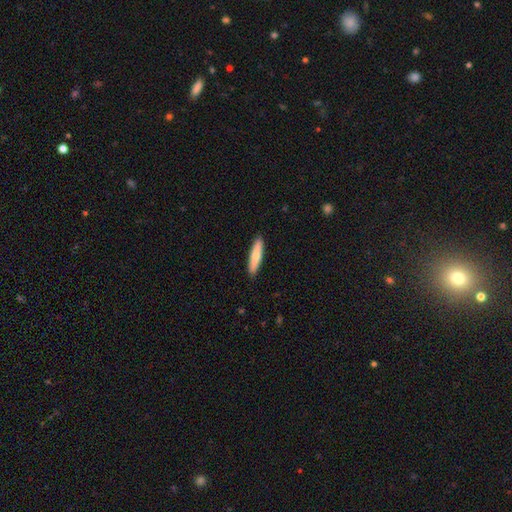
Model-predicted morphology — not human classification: Smooth or featured?
  - smooth: 74% *
  - featured or disk: 21%
  - star or artifact: 5%
How rounded?
  - cigar-shaped: 84% *
  - in between: 14%
  - round: 1%
Merging?
  - none: 91% *
  - minor disturbance: 7%
  - major disturbance: 1%
  - merger: 1%